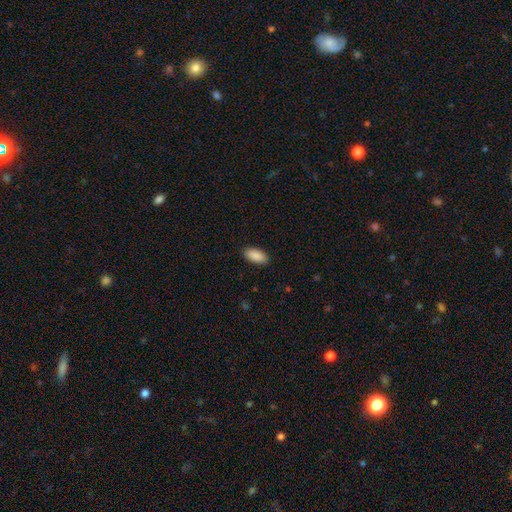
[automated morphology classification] Q: Smooth or featured?
A: smooth (91%); runner-up: star or artifact (6%)
Q: How rounded?
A: in between (92%); runner-up: cigar-shaped (6%)
Q: Merging?
A: none (89%); runner-up: minor disturbance (8%)